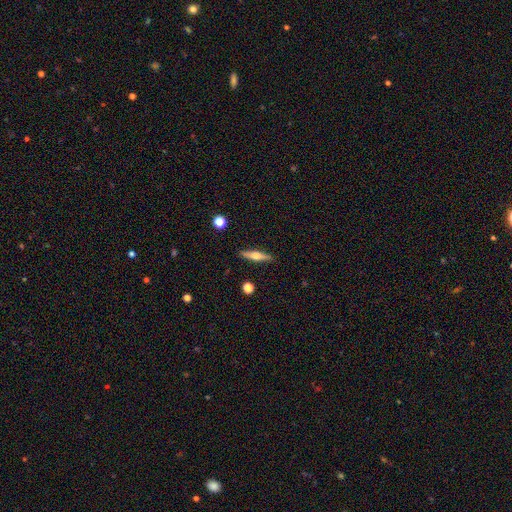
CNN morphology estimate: A featured or disk galaxy (55%) viewed edge-on (96%) with a rounded central bulge (91%). Merging: none (90%).